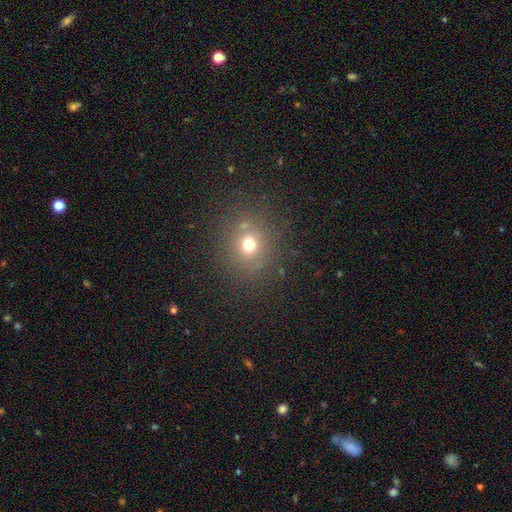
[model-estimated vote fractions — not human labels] This appears to be a smooth galaxy with no disk features (61%) that is round (78%). Merging: none (90%).